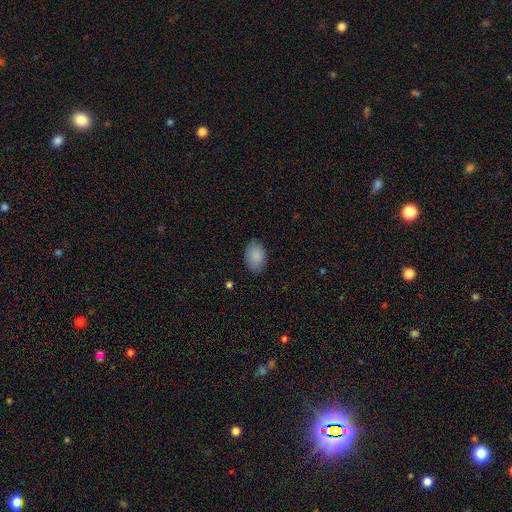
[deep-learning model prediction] Morphology: type=smooth (88%); roundness=in between (84%); merging=none (82%).